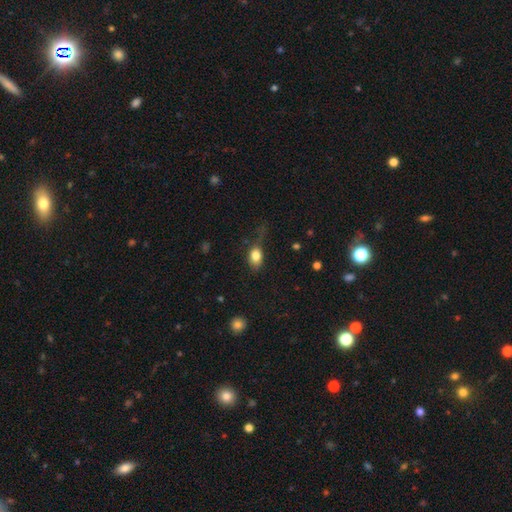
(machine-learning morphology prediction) Smooth or featured?
  - smooth: 82% *
  - featured or disk: 9%
  - star or artifact: 9%
How rounded?
  - in between: 75% *
  - round: 22%
  - cigar-shaped: 3%
Merging?
  - none: 49% *
  - minor disturbance: 28%
  - major disturbance: 20%
  - merger: 3%